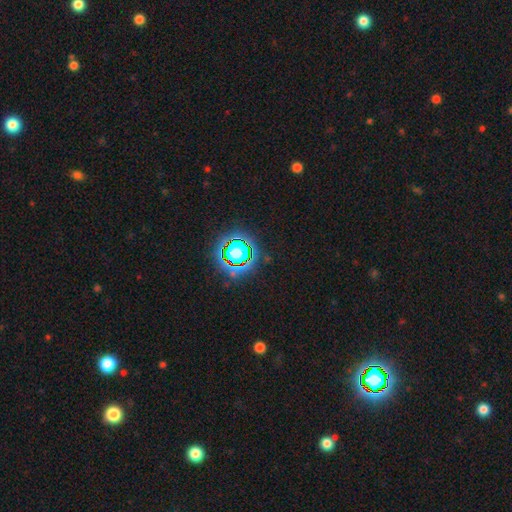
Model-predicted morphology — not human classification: A star or artifact, not a galaxy (80%).